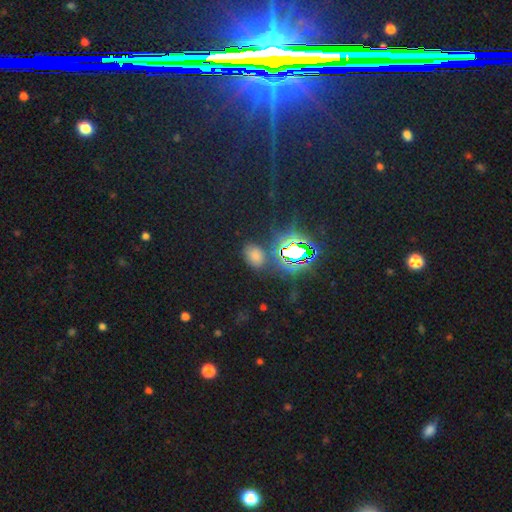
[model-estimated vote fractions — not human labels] smooth-or-featured: smooth: 49% | star or artifact: 44% | featured or disk: 7%
  merging: none: 78% | minor disturbance: 12% | merger: 5% | major disturbance: 5%